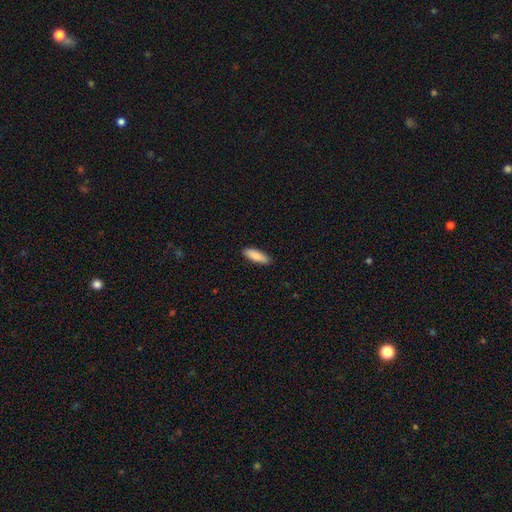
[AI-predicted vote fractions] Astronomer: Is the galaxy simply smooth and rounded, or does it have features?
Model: smooth — 87%.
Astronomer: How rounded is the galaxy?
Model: in between — 51% (runner-up: cigar-shaped, 48%).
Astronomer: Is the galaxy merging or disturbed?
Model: none — 88%.